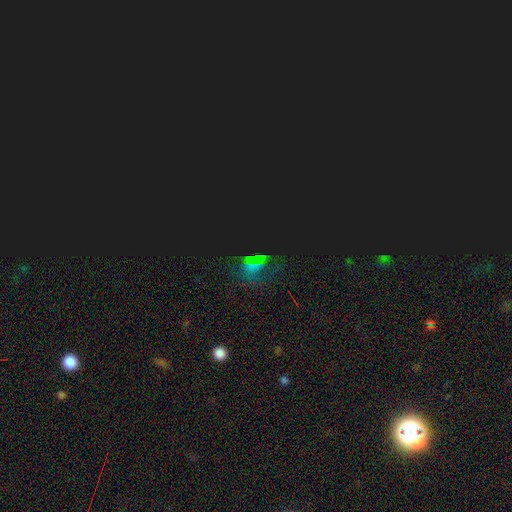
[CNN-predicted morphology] Smooth or featured: star or artifact — 72% (smooth — 17%)